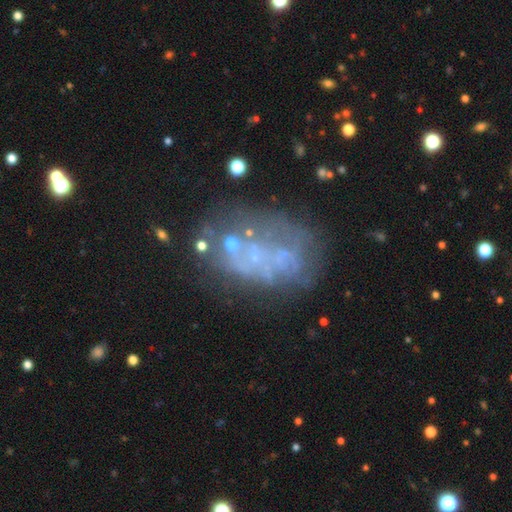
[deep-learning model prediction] Smooth or featured: featured or disk — 57% (smooth — 23%)
Edge-on disk: no — 98% (yes — 2%)
Bar: no — 94% (weak — 4%)
Spiral arms: no — 92% (yes — 8%)
Bulge size: none — 80% (small — 13%)
Merging: none — 44% (major disturbance — 24%)